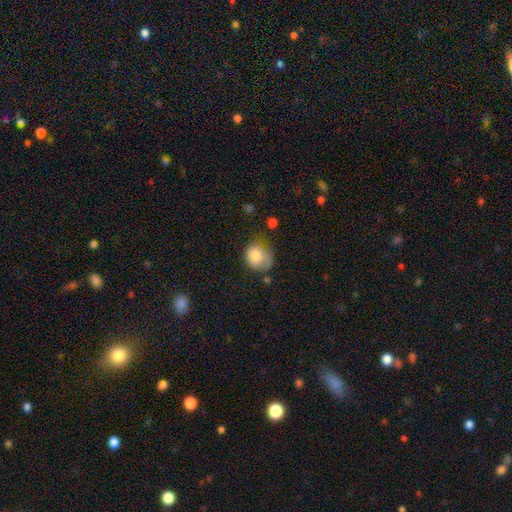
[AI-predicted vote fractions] Smooth or featured? smooth (80%)
How rounded? round (63%)
Merging? none (41%)